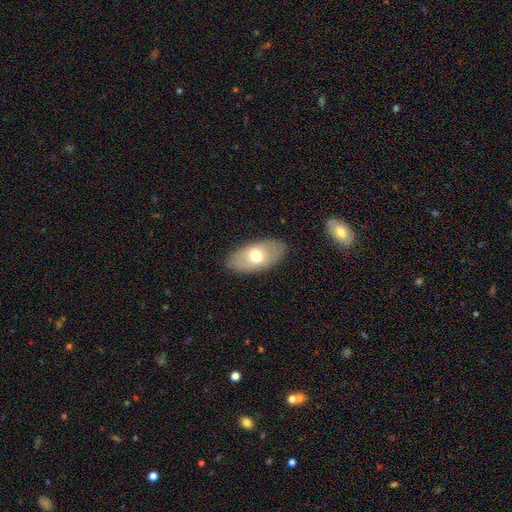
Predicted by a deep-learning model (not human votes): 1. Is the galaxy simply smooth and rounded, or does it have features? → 64% smooth, 29% featured or disk, 7% star or artifact.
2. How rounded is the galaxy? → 92% in between, 4% round, 3% cigar-shaped.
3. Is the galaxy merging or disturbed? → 85% none, 11% minor disturbance, 3% major disturbance, 1% merger.